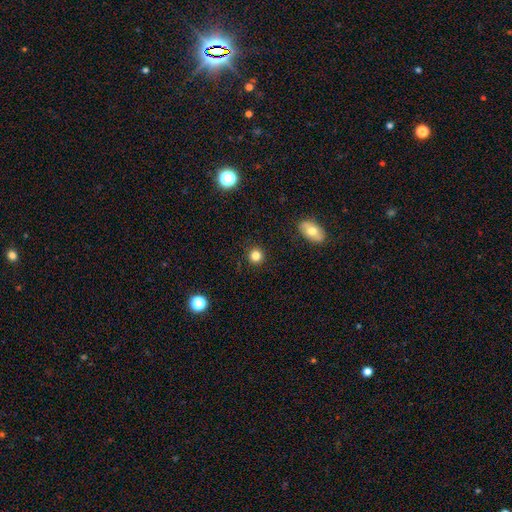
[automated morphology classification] Q: Smooth or featured?
A: smooth (83%); runner-up: star or artifact (12%)
Q: How rounded?
A: round (91%); runner-up: in between (8%)
Q: Merging?
A: none (90%); runner-up: minor disturbance (6%)